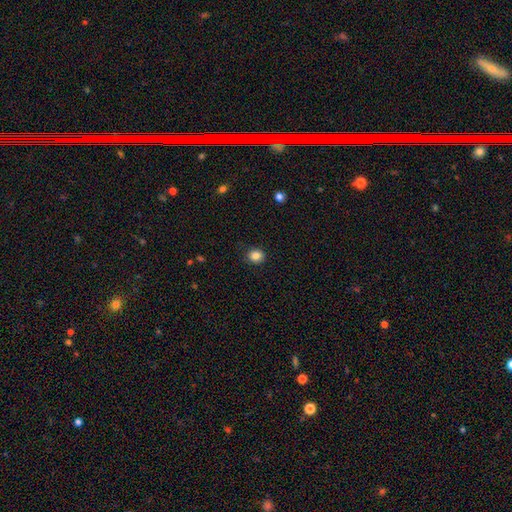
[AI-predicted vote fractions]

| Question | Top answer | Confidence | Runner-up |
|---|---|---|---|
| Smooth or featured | smooth | 84% | star or artifact (11%) |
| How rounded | round | 71% | in between (28%) |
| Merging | none | 88% | minor disturbance (9%) |